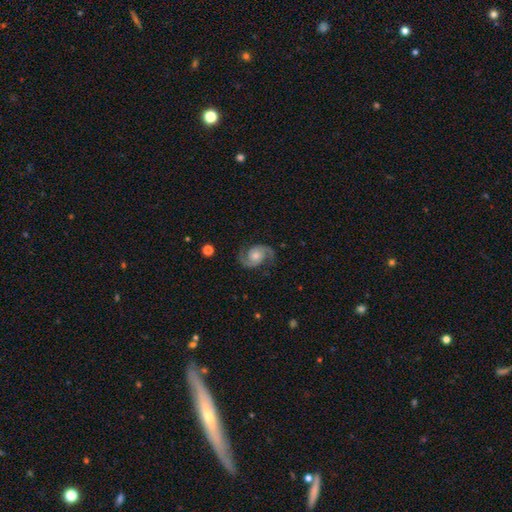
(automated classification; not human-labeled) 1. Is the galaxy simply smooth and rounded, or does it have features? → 91% featured or disk, 5% star or artifact, 5% smooth.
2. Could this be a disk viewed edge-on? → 98% no, 2% yes.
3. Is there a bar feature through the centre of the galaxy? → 70% no, 24% weak, 6% strong.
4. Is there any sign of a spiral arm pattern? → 98% yes, 2% no.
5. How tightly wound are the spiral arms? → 57% medium, 23% tight, 20% loose.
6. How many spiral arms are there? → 94% 2, 2% can't tell, 1% 1, 1% 3, 1% 4, 1% more than 4.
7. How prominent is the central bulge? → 56% moderate, 33% small, 6% large, 3% none, 1% dominant.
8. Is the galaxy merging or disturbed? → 83% none, 12% minor disturbance, 4% major disturbance, 1% merger.